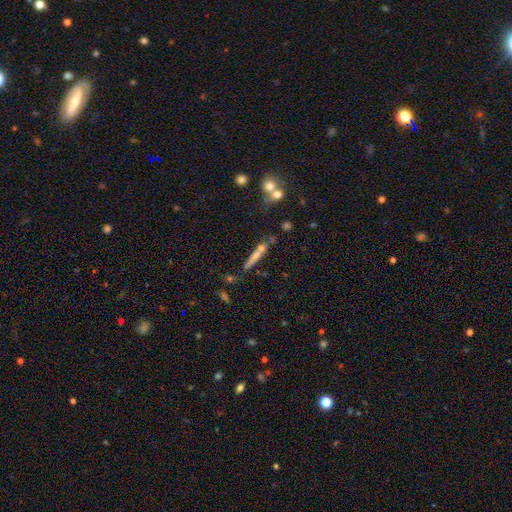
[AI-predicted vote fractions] smooth-or-featured: smooth: 48% | featured or disk: 41% | star or artifact: 11%
  merging: none: 67% | minor disturbance: 14% | merger: 14% | major disturbance: 5%